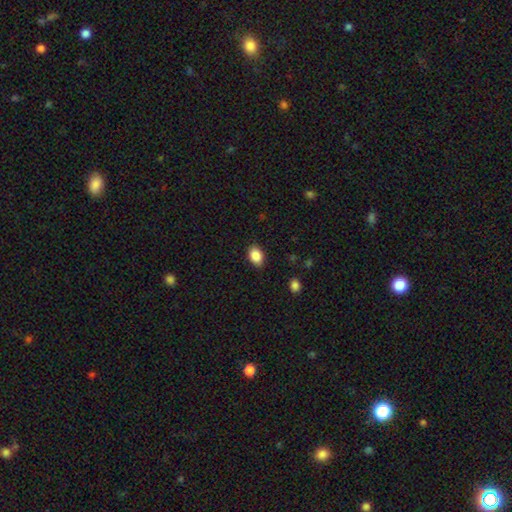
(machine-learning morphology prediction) A smooth galaxy with no disk features (88%) that is in between round and cigar-shaped (82%). Merging: none (86%).